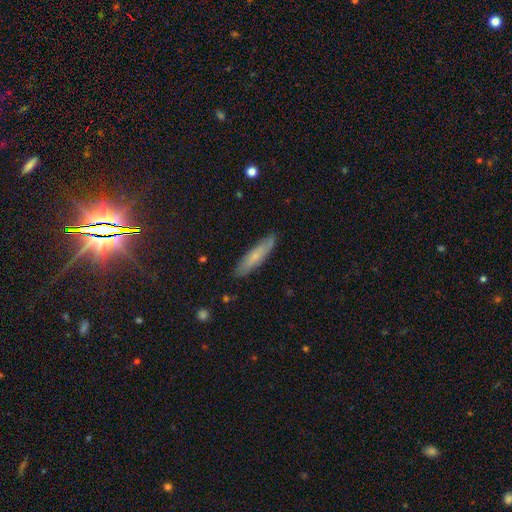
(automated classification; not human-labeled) Q: Smooth or featured?
A: smooth (62%); runner-up: featured or disk (32%)
Q: How rounded?
A: cigar-shaped (80%); runner-up: in between (18%)
Q: Merging?
A: none (84%); runner-up: minor disturbance (13%)